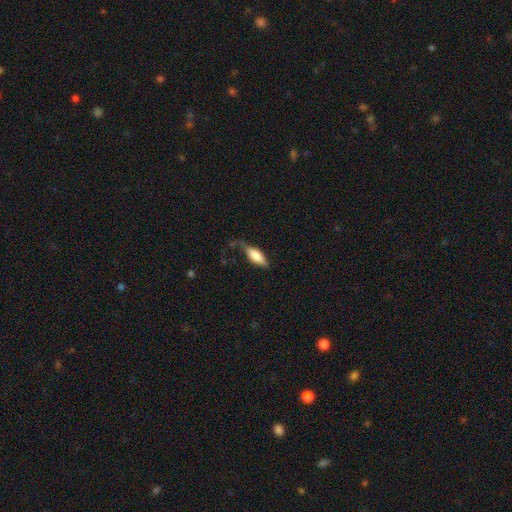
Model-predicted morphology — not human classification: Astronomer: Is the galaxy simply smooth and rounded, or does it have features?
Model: smooth — 75%.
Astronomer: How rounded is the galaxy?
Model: in between — 77%.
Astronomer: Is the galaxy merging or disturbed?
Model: none — 38% (runner-up: minor disturbance, 34%).